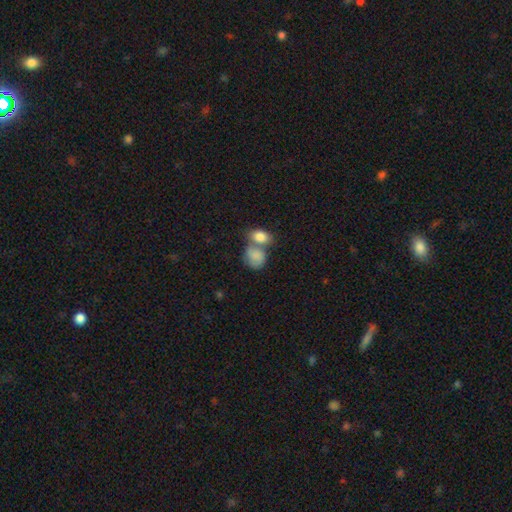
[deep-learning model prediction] smooth 80%, featured or disk 13%, star or artifact 7%. Down the decision tree: how rounded — in between (61%); merging — merger (60%).